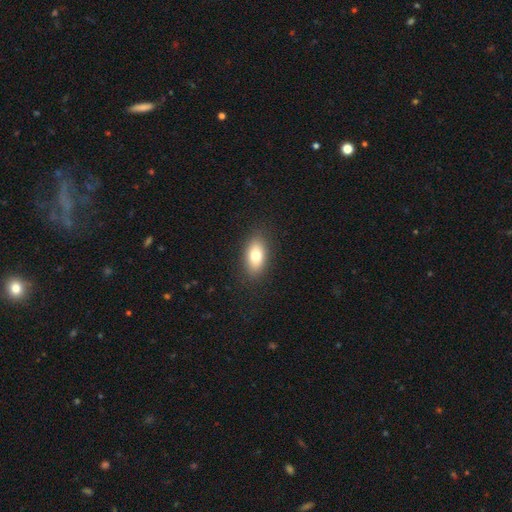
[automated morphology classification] Q: Smooth or featured?
A: smooth (77%); runner-up: featured or disk (15%)
Q: How rounded?
A: in between (88%); runner-up: cigar-shaped (6%)
Q: Merging?
A: none (87%); runner-up: minor disturbance (9%)